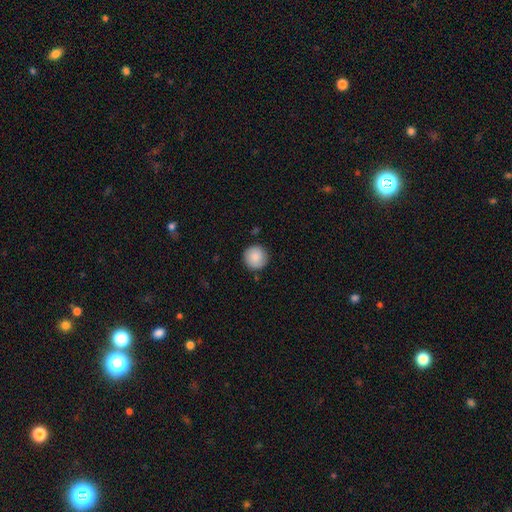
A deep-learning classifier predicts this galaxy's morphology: This appears to be a smooth galaxy with no disk features (86%) that is round (95%). Merging: none (88%).